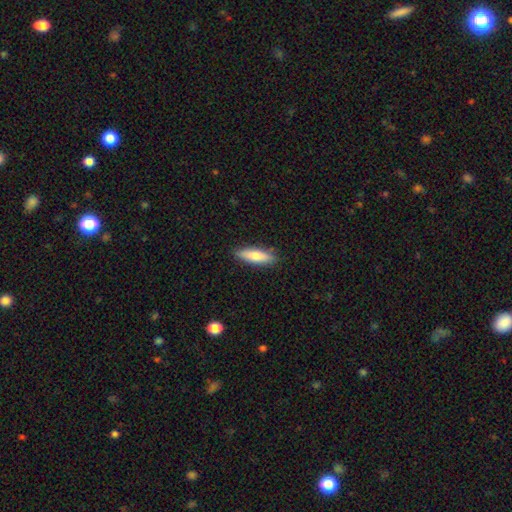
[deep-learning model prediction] smooth-or-featured: smooth: 75% | featured or disk: 19% | star or artifact: 6%
  how-rounded: cigar-shaped: 57% | in between: 41% | round: 2%
  merging: none: 88% | minor disturbance: 9% | major disturbance: 2% | merger: 1%